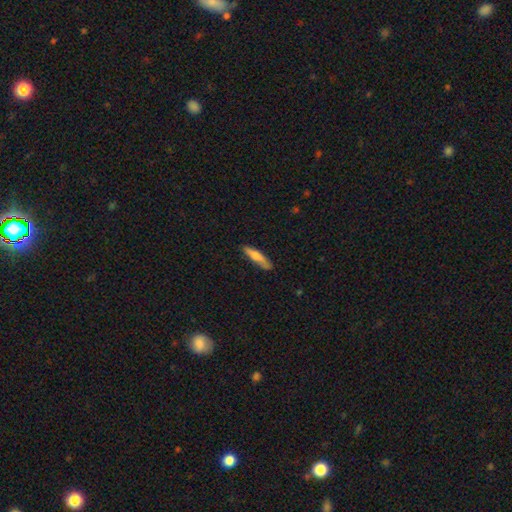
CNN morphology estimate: Smooth or featured: smooth — 68% (featured or disk — 27%)
How rounded: cigar-shaped — 82% (in between — 16%)
Merging: none — 79% (minor disturbance — 16%)